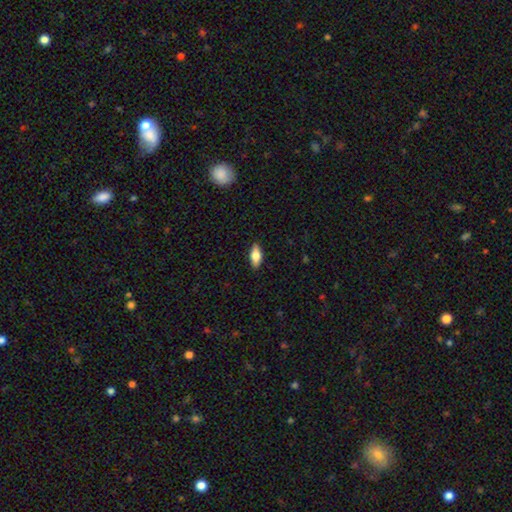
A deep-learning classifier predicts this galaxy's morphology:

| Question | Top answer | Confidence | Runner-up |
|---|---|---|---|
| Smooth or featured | smooth | 66% | featured or disk (27%) |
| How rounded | in between | 79% | cigar-shaped (18%) |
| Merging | none | 88% | minor disturbance (9%) |